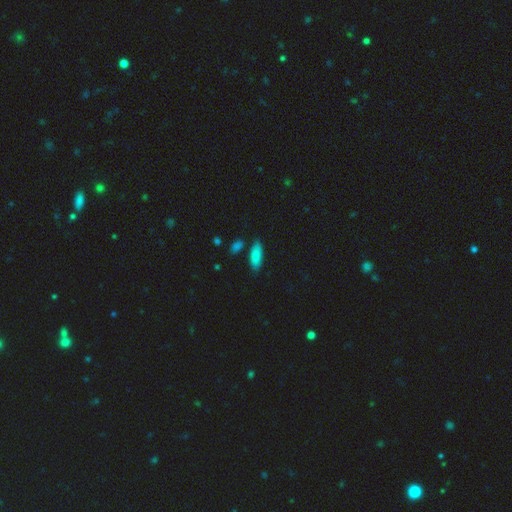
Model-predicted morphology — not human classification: smooth 83%, featured or disk 9%, star or artifact 8%. Down the decision tree: how rounded — in between (70%); merging — none (81%).